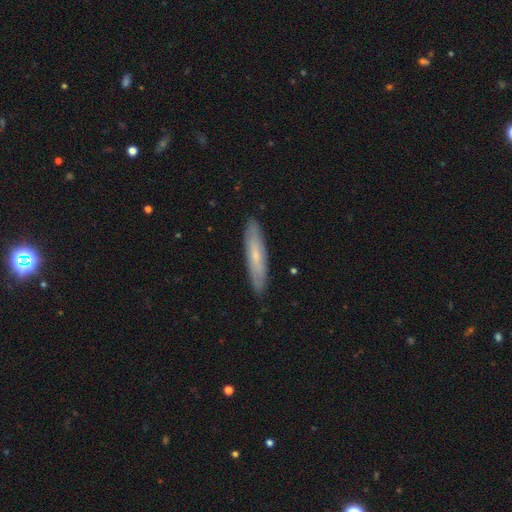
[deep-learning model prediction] Smooth or featured? Predicted: smooth (p=0.55). How rounded? Predicted: cigar-shaped (p=0.84). Merging? Predicted: none (p=0.88).